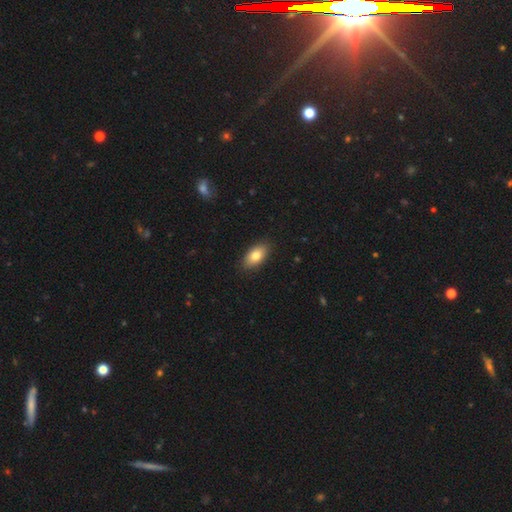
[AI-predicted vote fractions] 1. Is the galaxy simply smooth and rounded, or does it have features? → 80% smooth, 13% featured or disk, 7% star or artifact.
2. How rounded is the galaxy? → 91% in between, 5% cigar-shaped, 4% round.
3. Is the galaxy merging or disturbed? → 89% none, 9% minor disturbance, 2% major disturbance, 1% merger.